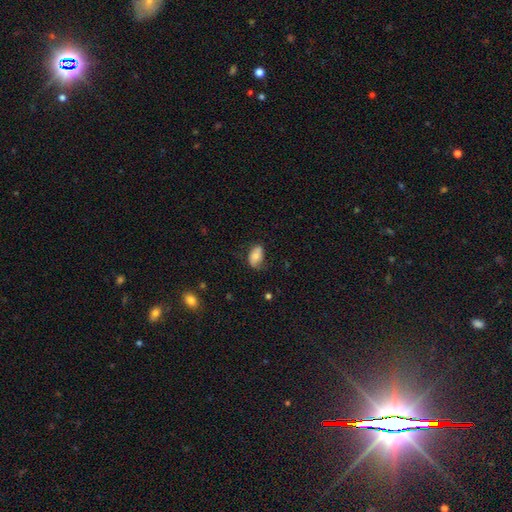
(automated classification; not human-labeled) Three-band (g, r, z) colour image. It shows a smooth galaxy with no disk features (71%) that is in between round and cigar-shaped (90%). Merging: none (56%).